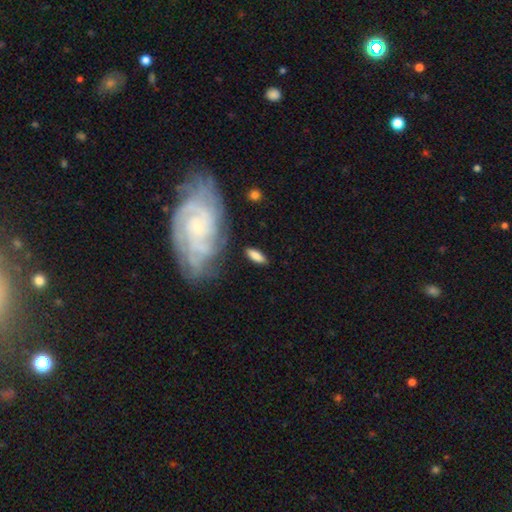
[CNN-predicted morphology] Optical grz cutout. It shows a smooth galaxy with no disk features (74%) that is in between round and cigar-shaped (66%). Merging: none (79%).